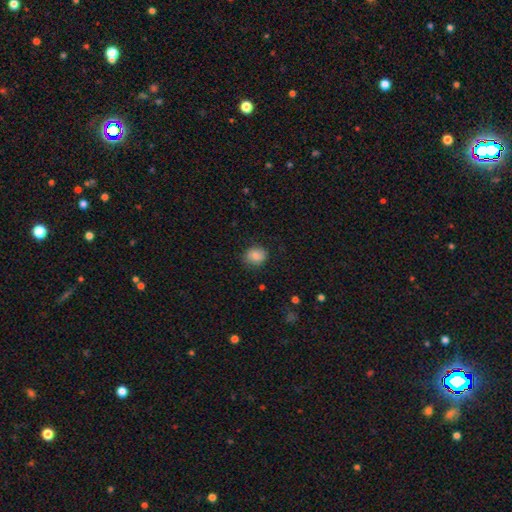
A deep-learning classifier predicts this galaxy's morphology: This is clearly a smooth galaxy (82%). How rounded: likely round (69%). Merging: clearly none (81%).